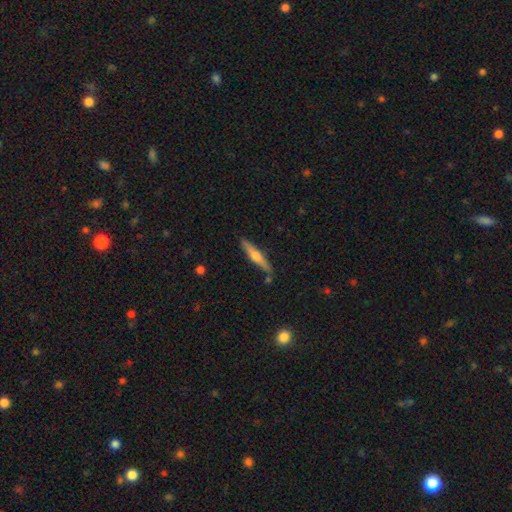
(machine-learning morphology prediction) Smooth or featured? Predicted: featured or disk (p=0.55). Edge-on disk? Predicted: yes (p=0.96). Edge-on bulge? Predicted: rounded (p=0.87). Merging? Predicted: none (p=0.85).